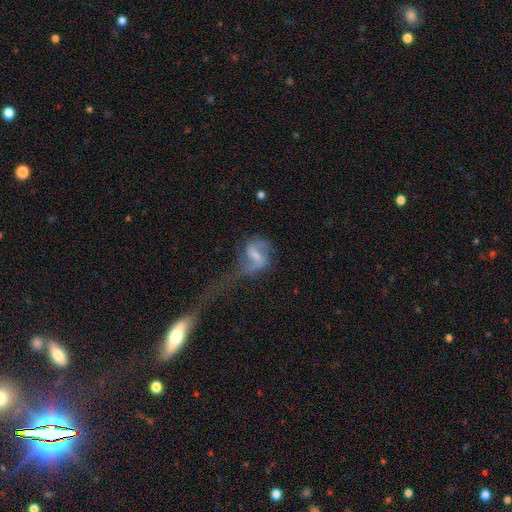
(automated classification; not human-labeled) The model was most divided on "bulge size": small: 44%, moderate: 40%, none: 11%, large: 3%, dominant: 1%. Remaining: edge-on disk — no (97%); spiral arms — yes (89%); spiral arm count — 2 (84%); smooth or featured — featured or disk (77%); spiral winding — loose (54%); bar — weak (52%); merging — major disturbance (40%).